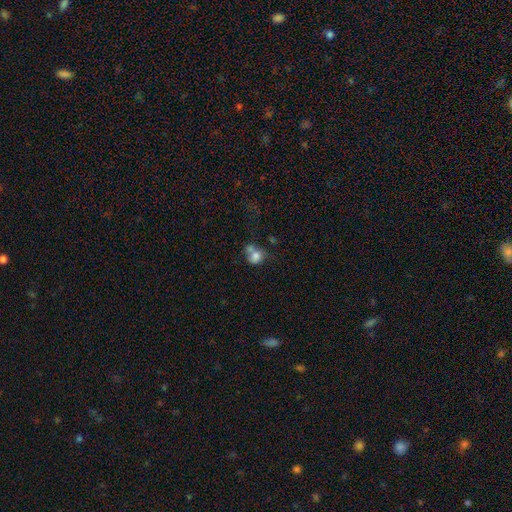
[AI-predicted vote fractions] This appears to be a smooth galaxy with no disk features (73%) that is round (58%). Merging: merger (45%).